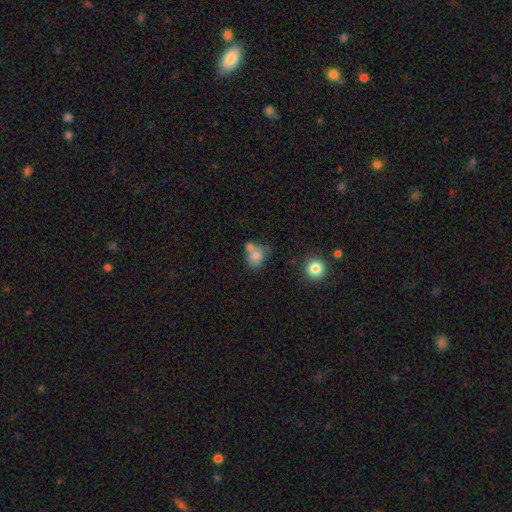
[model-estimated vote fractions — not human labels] smooth_or_featured: smooth (p=0.74) [alt: featured or disk p=0.15]
how_rounded: round (p=0.61) [alt: in between p=0.38]
merging: merger (p=0.44) [alt: none p=0.35]